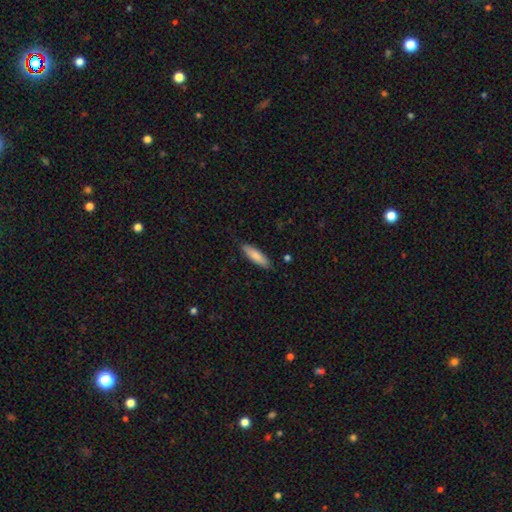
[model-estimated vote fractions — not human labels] Smooth or featured? Predicted: smooth (p=0.84). How rounded? Predicted: cigar-shaped (p=0.62). Merging? Predicted: none (p=0.85).